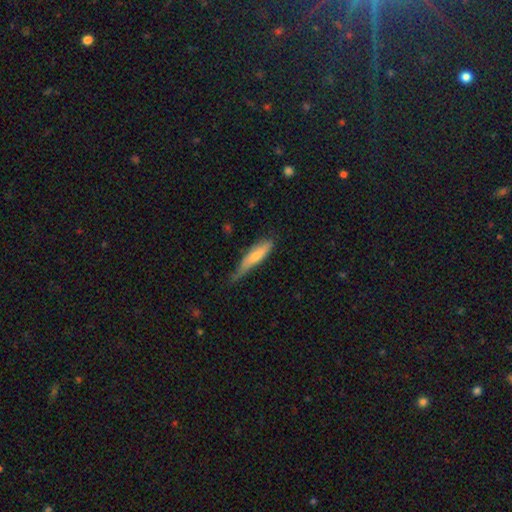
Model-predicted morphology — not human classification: Q: Smooth or featured?
A: smooth (66%); runner-up: featured or disk (28%)
Q: How rounded?
A: cigar-shaped (75%); runner-up: in between (23%)
Q: Merging?
A: minor disturbance (43%); tied with: none (43%)